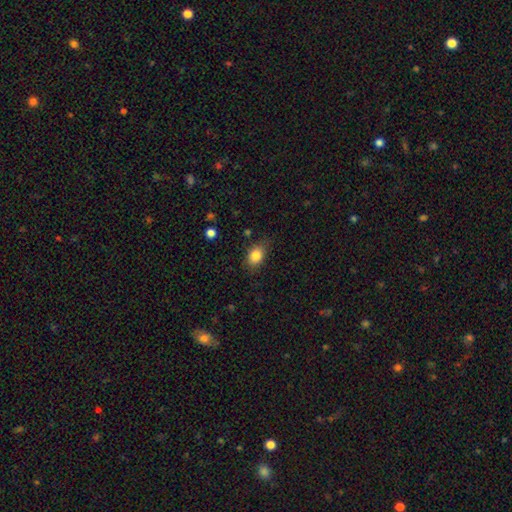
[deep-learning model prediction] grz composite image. It shows a smooth galaxy with no disk features (84%) that is in between round and cigar-shaped (75%). Merging: none (76%).